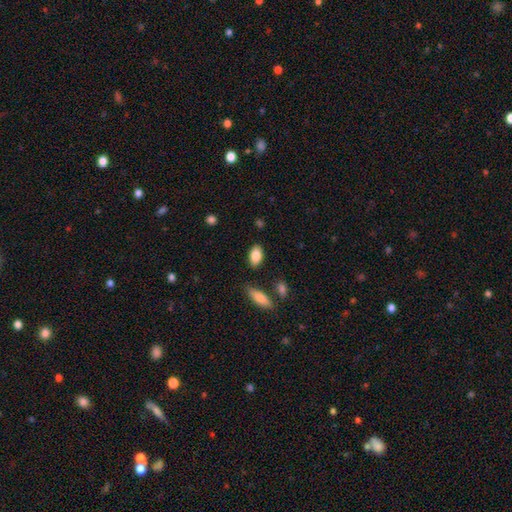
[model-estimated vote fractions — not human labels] The model was most divided on "merging": none: 84%, minor disturbance: 10%, merger: 3%, major disturbance: 3%. More confident: how rounded — in between (91%); smooth or featured — smooth (85%).